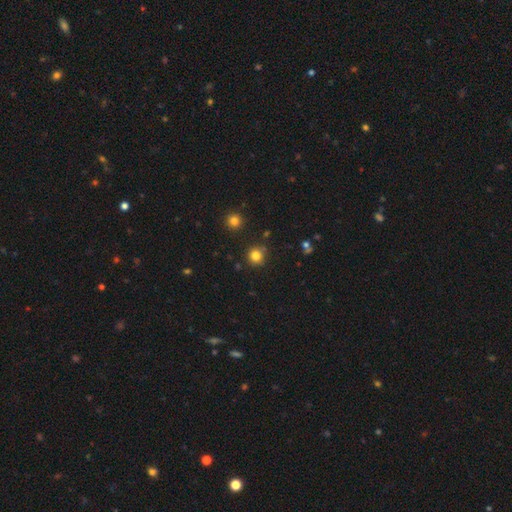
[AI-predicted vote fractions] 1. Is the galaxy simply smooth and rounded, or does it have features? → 81% smooth, 14% star or artifact, 5% featured or disk.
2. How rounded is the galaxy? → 93% round, 6% in between, 1% cigar-shaped.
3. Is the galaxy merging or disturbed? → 84% none, 9% minor disturbance, 4% merger, 3% major disturbance.